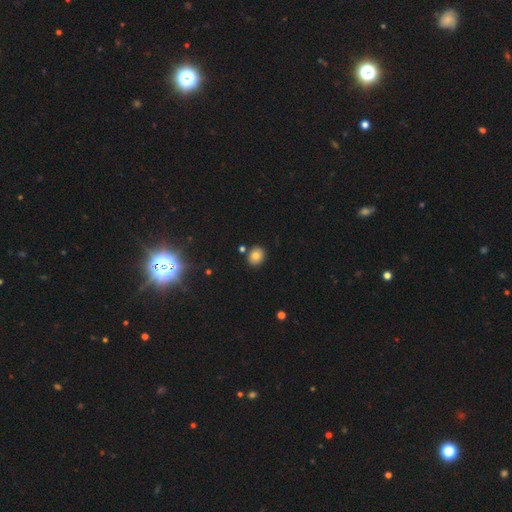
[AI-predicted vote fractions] Q: Smooth or featured?
A: smooth (79%); runner-up: star or artifact (12%)
Q: How rounded?
A: round (58%); runner-up: in between (41%)
Q: Merging?
A: none (83%); runner-up: minor disturbance (9%)